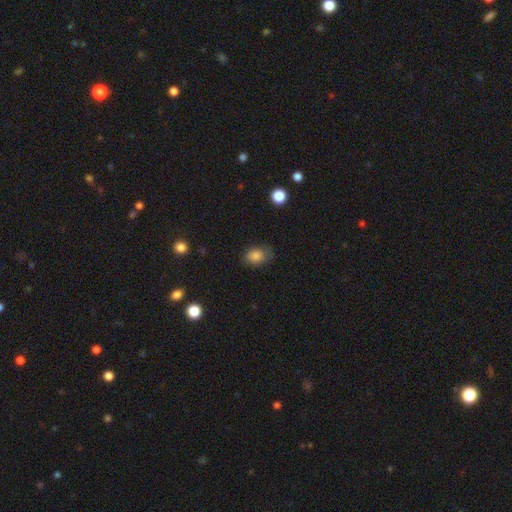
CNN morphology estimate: This is clearly a smooth galaxy (83%). How rounded: likely in between (62%). Merging: likely none (67%).